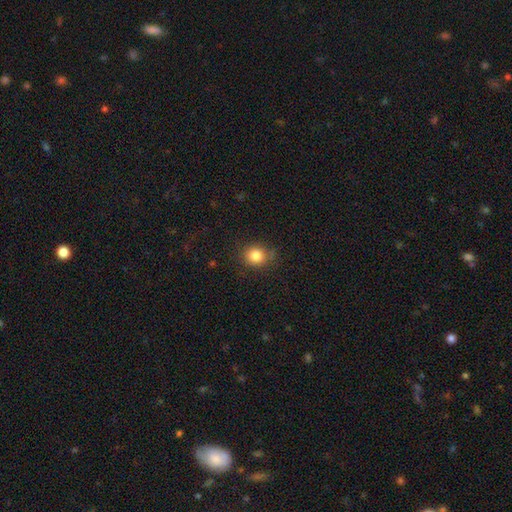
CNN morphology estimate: Q: Smooth or featured?
A: smooth (83%); runner-up: star or artifact (11%)
Q: How rounded?
A: round (80%); runner-up: in between (19%)
Q: Merging?
A: none (80%); runner-up: minor disturbance (15%)